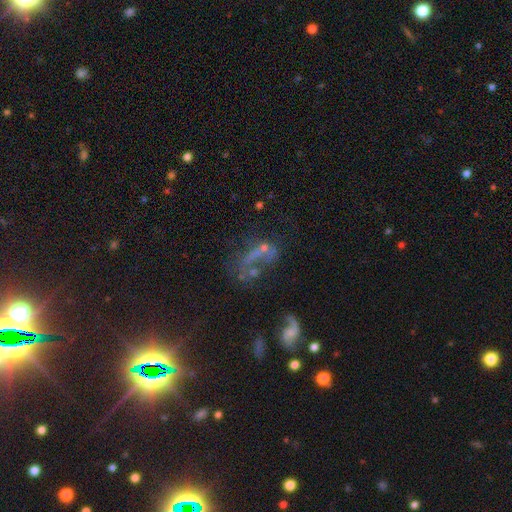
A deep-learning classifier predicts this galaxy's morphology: A star or artifact, not a galaxy (41%).

Vote fractions:
- Smooth or featured? star or artifact: 41% / featured or disk: 36% / smooth: 22%